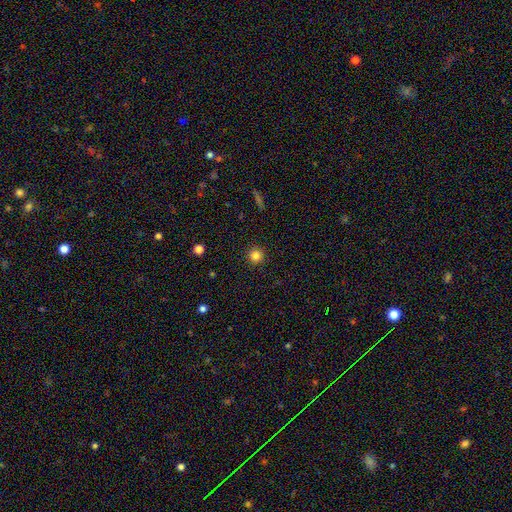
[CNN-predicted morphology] smooth_or_featured: smooth (p=0.83) [alt: star or artifact p=0.12]
how_rounded: round (p=0.95) [alt: in between p=0.04]
merging: none (p=0.92) [alt: minor disturbance p=0.05]